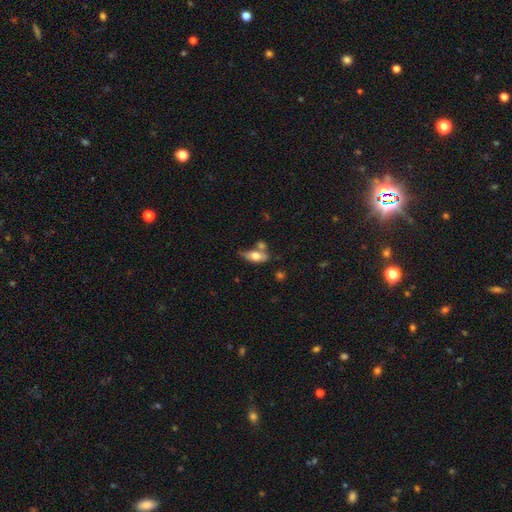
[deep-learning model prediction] A smooth galaxy with no disk features (63%) that is in between round and cigar-shaped (75%).

Vote fractions:
- Smooth or featured? smooth: 63% / featured or disk: 30% / star or artifact: 7%
- How rounded? in between: 75% / cigar-shaped: 21% / round: 4%
- Merging? none: 46% / merger: 27% / minor disturbance: 19% / major disturbance: 8%